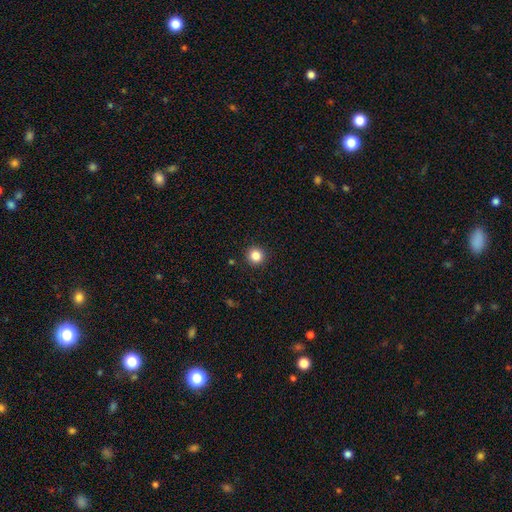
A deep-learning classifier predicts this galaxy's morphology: Smooth or featured? smooth (84%)
How rounded? round (95%)
Merging? none (93%)